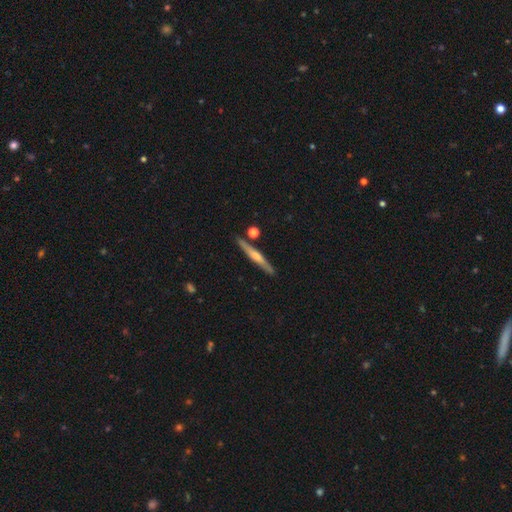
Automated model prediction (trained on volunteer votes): A featured or disk galaxy (59%) viewed edge-on (97%) with a rounded central bulge (61%). Merging: none (86%).